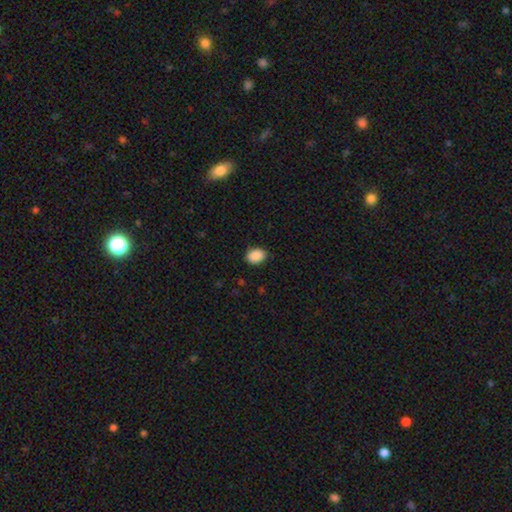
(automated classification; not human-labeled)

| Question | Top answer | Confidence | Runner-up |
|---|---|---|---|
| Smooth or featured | smooth | 90% | star or artifact (8%) |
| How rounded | in between | 71% | round (28%) |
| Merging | none | 86% | minor disturbance (11%) |